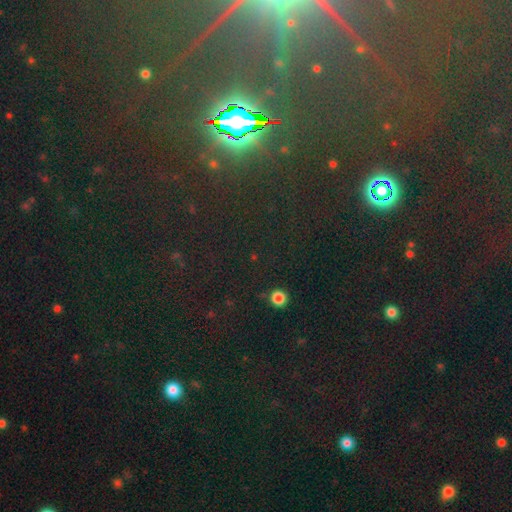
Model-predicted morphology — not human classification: A star or artifact, not a galaxy (82%).